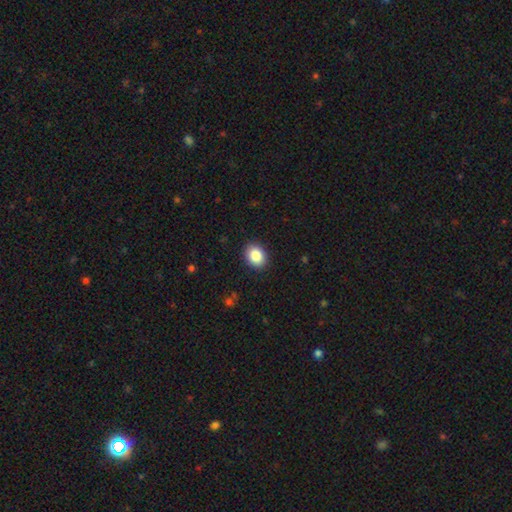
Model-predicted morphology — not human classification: A smooth galaxy with no disk features (87%) that is in between round and cigar-shaped (56%). Merging: none (90%).